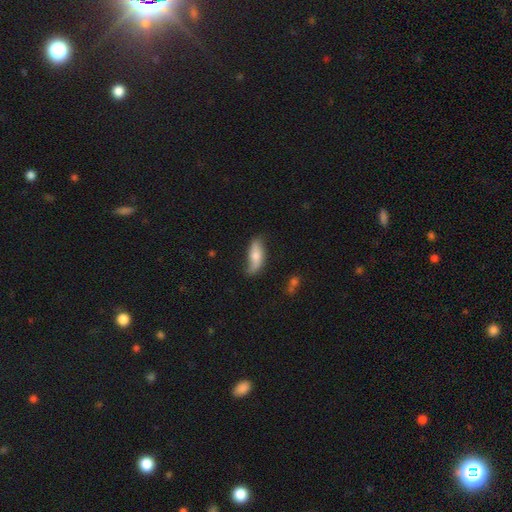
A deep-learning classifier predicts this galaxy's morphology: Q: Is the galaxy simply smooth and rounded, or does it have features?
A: smooth — 63%.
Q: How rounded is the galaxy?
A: in between — 71%.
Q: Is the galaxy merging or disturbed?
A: none — 56%.